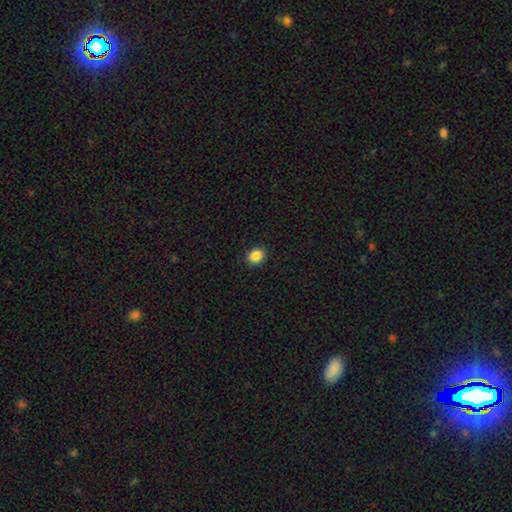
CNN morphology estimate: smooth_or_featured: smooth (p=0.88) [alt: star or artifact p=0.09]
how_rounded: round (p=0.62) [alt: in between p=0.37]
merging: none (p=0.90) [alt: minor disturbance p=0.07]